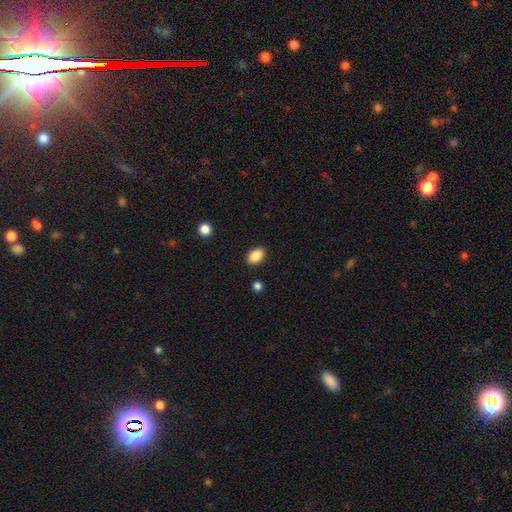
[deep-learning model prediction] A smooth galaxy with no disk features (88%) that is in between round and cigar-shaped (85%).

Vote fractions:
- Smooth or featured? smooth: 88% / star or artifact: 8% / featured or disk: 3%
- How rounded? in between: 85% / round: 14% / cigar-shaped: 1%
- Merging? none: 88% / minor disturbance: 8% / major disturbance: 2% / merger: 2%